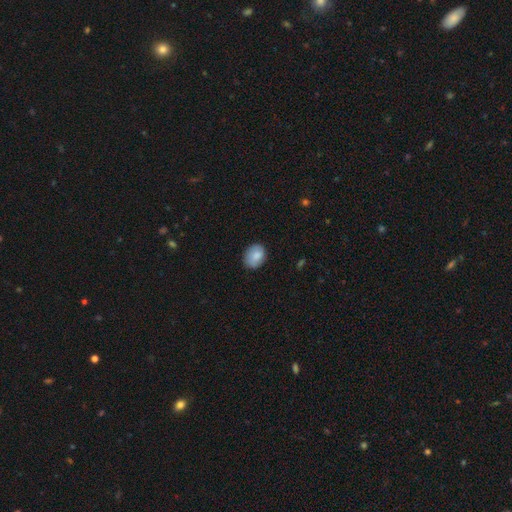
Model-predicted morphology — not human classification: Overall: smooth (84%). How rounded: in between (62%; round 37%). Merging: none (79%).